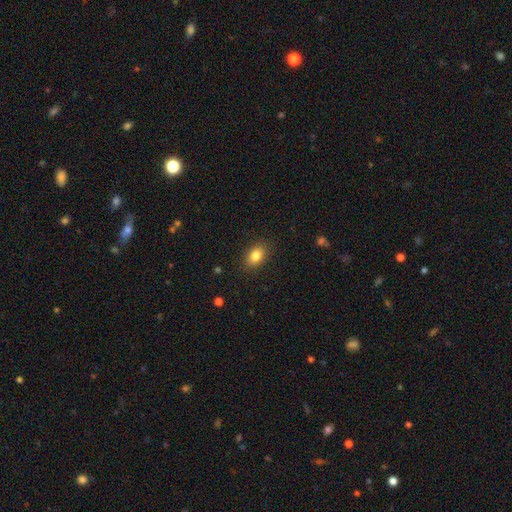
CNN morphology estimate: Smooth or featured? Predicted: smooth (p=0.84). How rounded? Predicted: in between (p=0.84). Merging? Predicted: none (p=0.87).